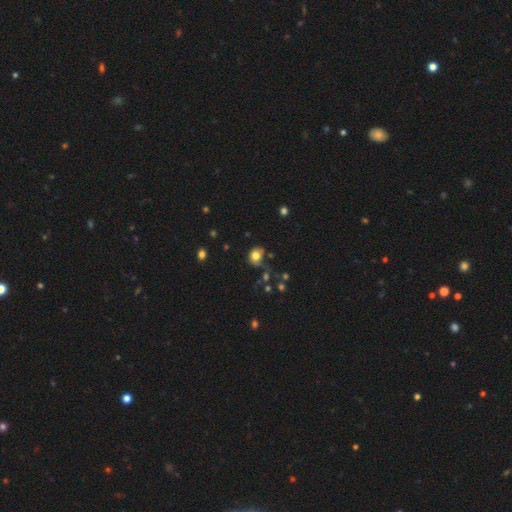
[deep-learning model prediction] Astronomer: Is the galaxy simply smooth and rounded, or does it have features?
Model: smooth — 76%.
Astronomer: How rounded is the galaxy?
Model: round — 60% (runner-up: in between, 39%).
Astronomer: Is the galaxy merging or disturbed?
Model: none — 55%.